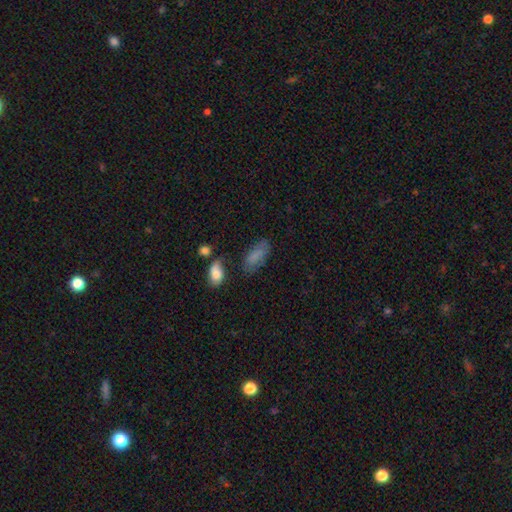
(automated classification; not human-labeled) Smooth or featured? smooth (77%)
How rounded? in between (86%)
Merging? none (61%)